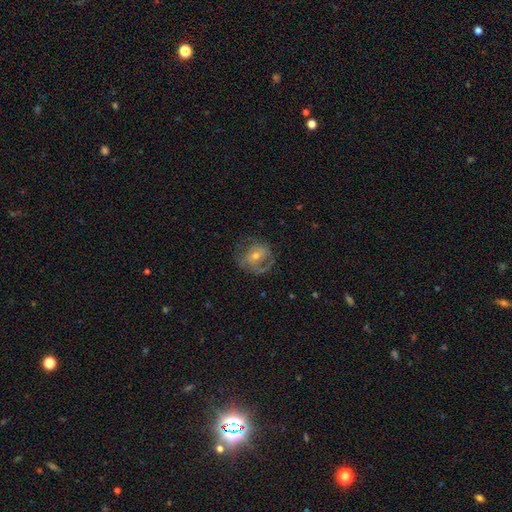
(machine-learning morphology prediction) A featured or disk galaxy (66%) with no bar (55%), spiral arms (75%) and a moderate central bulge (54%). Merging: none (60%).